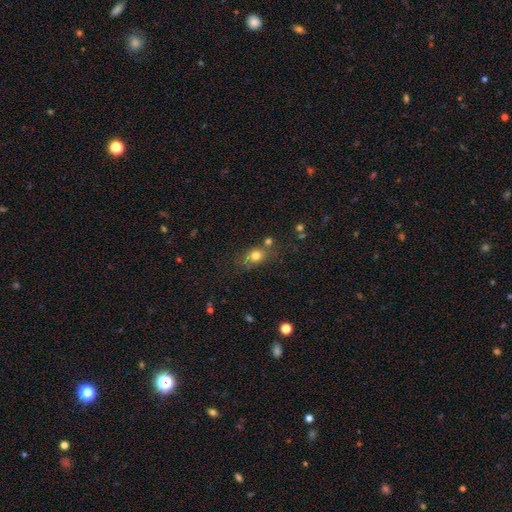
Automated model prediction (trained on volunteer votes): Smooth or featured? smooth (76%)
How rounded? in between (54%)
Merging? none (61%)